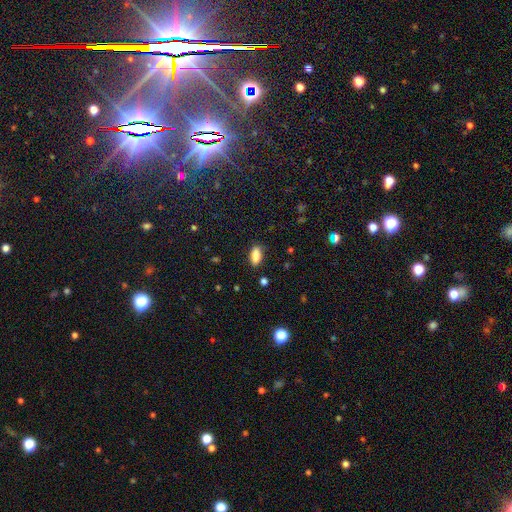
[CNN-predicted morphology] type=smooth (85%); roundness=in between (85%); merging=none (86%).